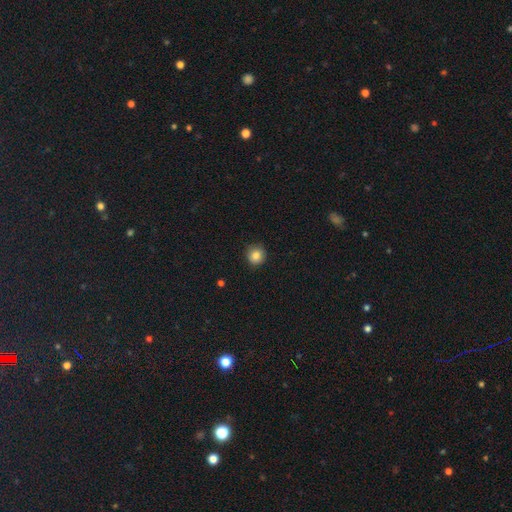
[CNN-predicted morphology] A smooth galaxy with no disk features (83%) that is round (93%). Merging: none (87%).